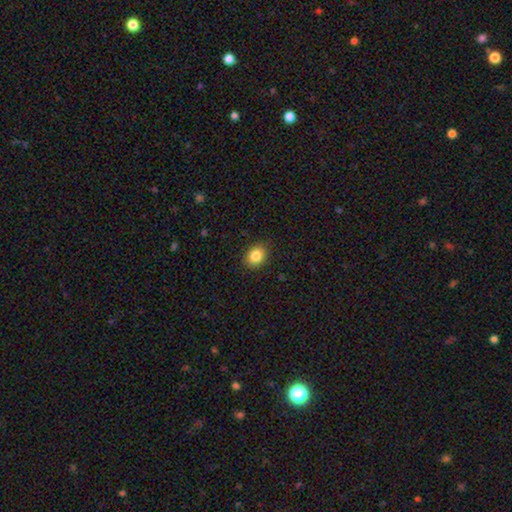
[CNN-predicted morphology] Smooth or featured? Predicted: smooth (p=0.86). How rounded? Predicted: in between (p=0.56). Merging? Predicted: none (p=0.87).